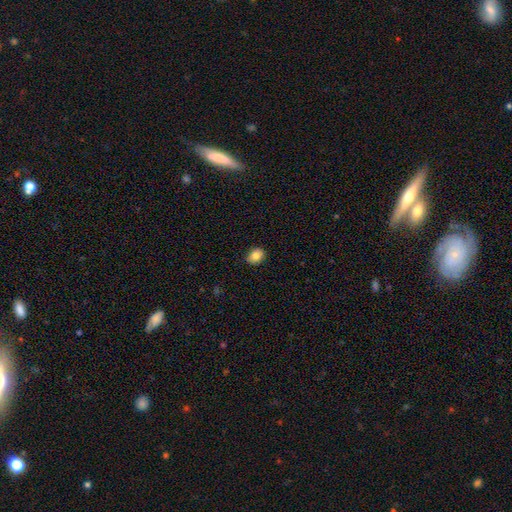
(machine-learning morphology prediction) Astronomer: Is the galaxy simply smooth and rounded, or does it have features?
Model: smooth — 83%.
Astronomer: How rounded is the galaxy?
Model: in between — 54% (runner-up: round, 45%).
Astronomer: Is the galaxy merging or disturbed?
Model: none — 88%.